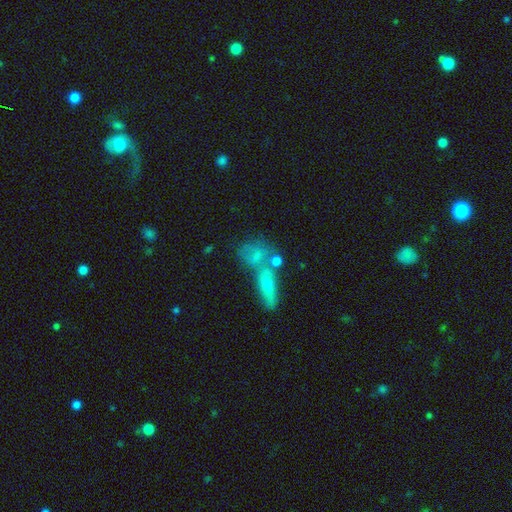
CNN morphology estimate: Smooth or featured: smooth — 66% (featured or disk — 23%)
How rounded: in between — 55% (round — 32%)
Merging: merger — 42% (none — 35%)